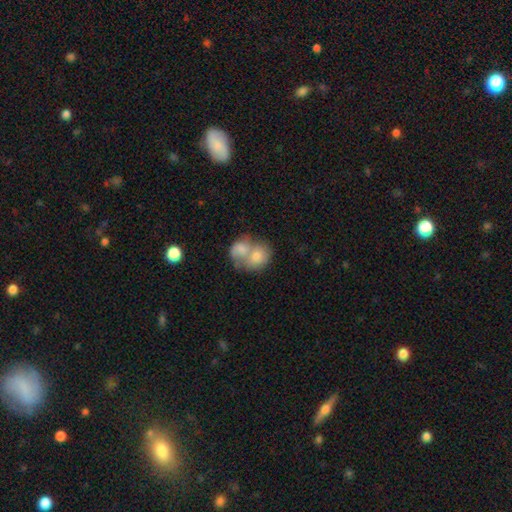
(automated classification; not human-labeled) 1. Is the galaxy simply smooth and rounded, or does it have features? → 72% smooth, 20% featured or disk, 8% star or artifact.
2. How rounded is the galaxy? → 56% round, 43% in between, 1% cigar-shaped.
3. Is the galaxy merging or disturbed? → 72% merger, 17% none, 7% minor disturbance, 4% major disturbance.